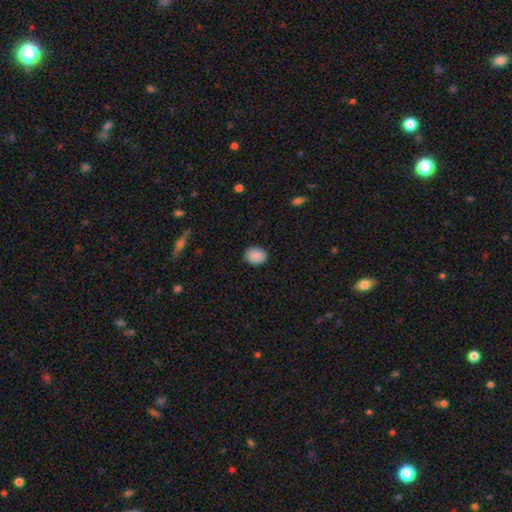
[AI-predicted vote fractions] Smooth or featured?
  - smooth: 89% *
  - star or artifact: 8%
  - featured or disk: 3%
How rounded?
  - in between: 57% *
  - round: 42%
  - cigar-shaped: 1%
Merging?
  - none: 88% *
  - minor disturbance: 9%
  - major disturbance: 2%
  - merger: 1%